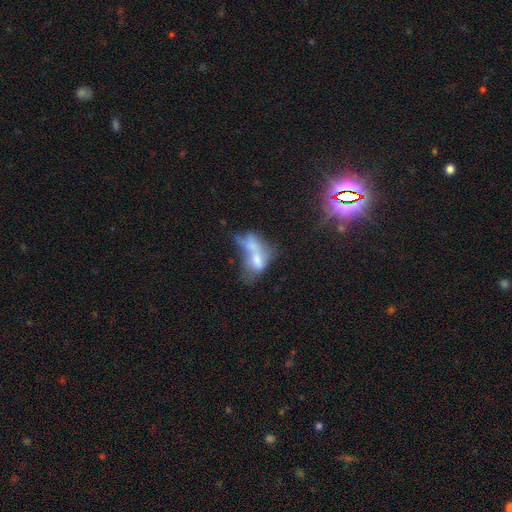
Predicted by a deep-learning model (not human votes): smooth 45%, featured or disk 40%, star or artifact 15%. Down the decision tree: merging — merger (54%).